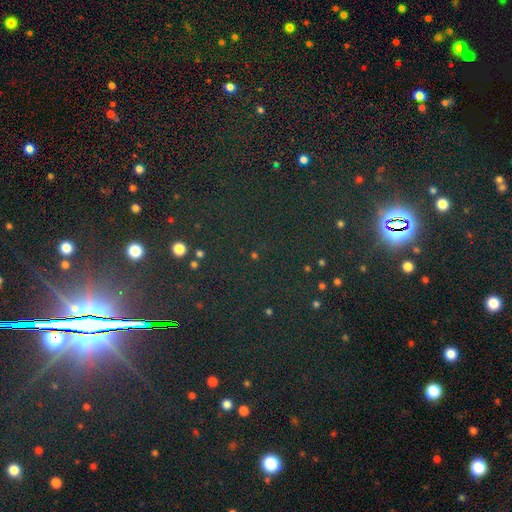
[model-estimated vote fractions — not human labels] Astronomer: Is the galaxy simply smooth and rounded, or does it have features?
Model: star or artifact — 81%.